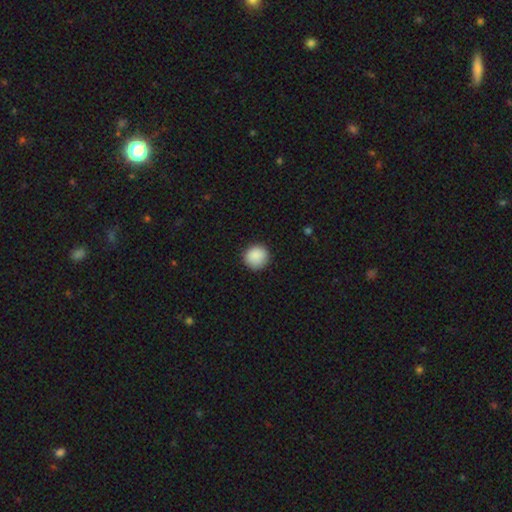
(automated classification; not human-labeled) smooth 89%, star or artifact 8%, featured or disk 3%. Down the decision tree: how rounded — round (93%); merging — none (89%).